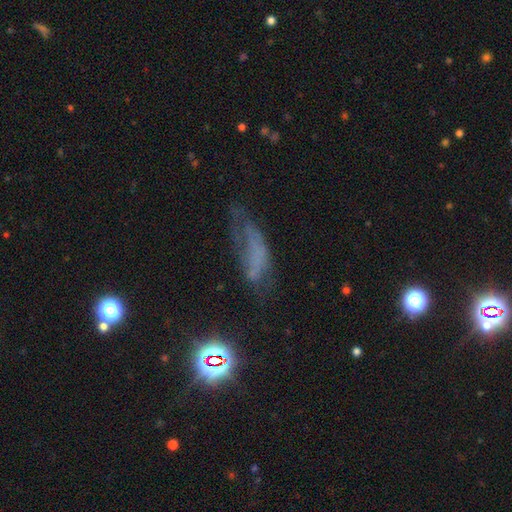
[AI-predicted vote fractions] Q: Smooth or featured?
A: smooth (39%); runner-up: featured or disk (35%)
Q: Merging?
A: none (35%); runner-up: major disturbance (34%)